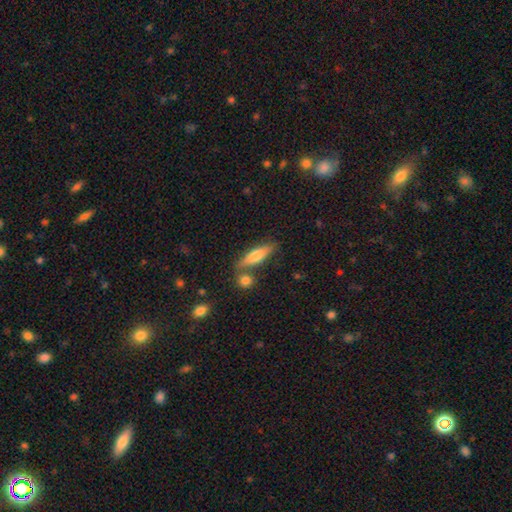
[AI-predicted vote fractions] This appears to be a smooth galaxy with no disk features (64%) that is cigar-shaped (67%). Merging: none (74%).